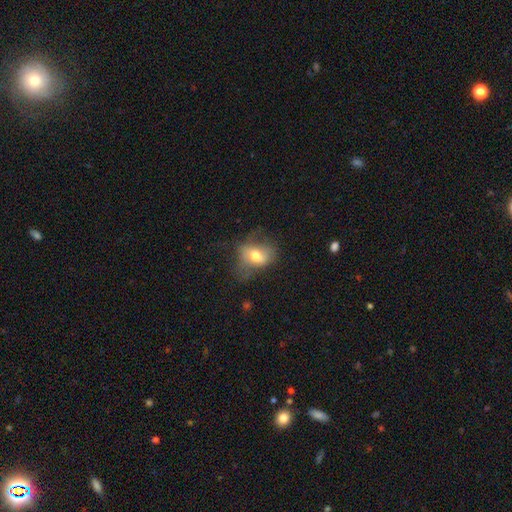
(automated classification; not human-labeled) Q: Smooth or featured?
A: smooth (63%); runner-up: featured or disk (27%)
Q: How rounded?
A: in between (66%); runner-up: round (32%)
Q: Merging?
A: none (41%); runner-up: minor disturbance (29%)